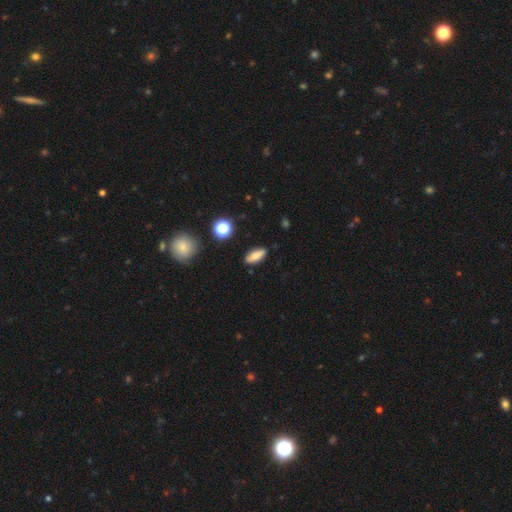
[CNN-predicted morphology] This appears to be a smooth galaxy with no disk features (79%) that is in between round and cigar-shaped (71%). Merging: none (88%).